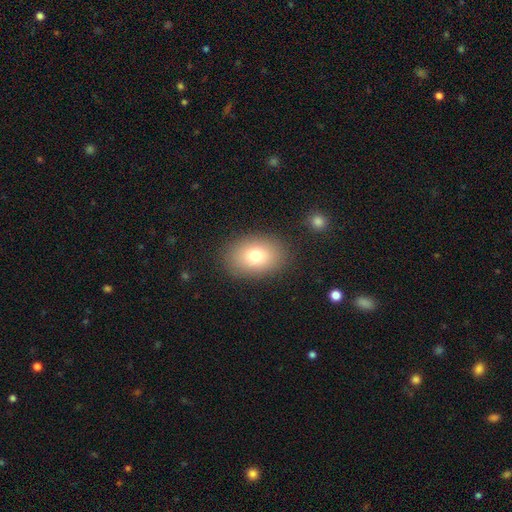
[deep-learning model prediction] Smooth or featured?
  - smooth: 77% *
  - featured or disk: 12%
  - star or artifact: 11%
How rounded?
  - in between: 74% *
  - round: 25%
  - cigar-shaped: 1%
Merging?
  - none: 87% *
  - minor disturbance: 8%
  - major disturbance: 3%
  - merger: 1%